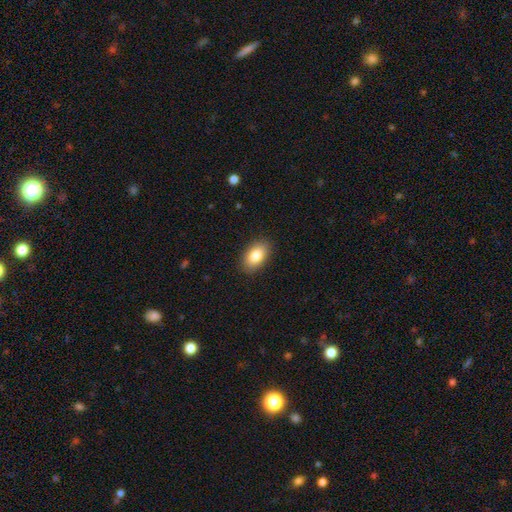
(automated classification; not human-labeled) A smooth galaxy with no disk features (84%) that is in between round and cigar-shaped (91%). Merging: none (88%).